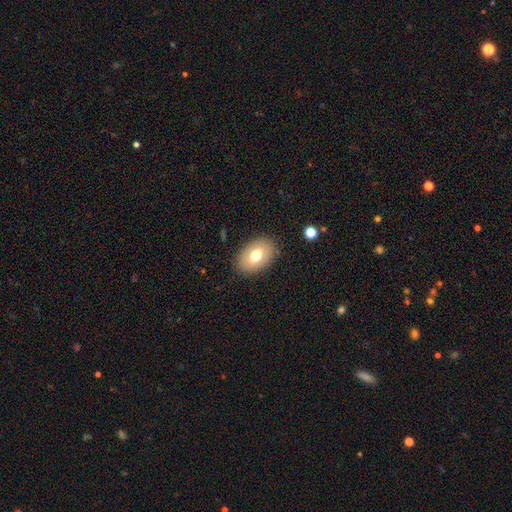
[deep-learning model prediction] This is likely a smooth galaxy (71%). How rounded: clearly in between (87%). Merging: clearly none (86%).